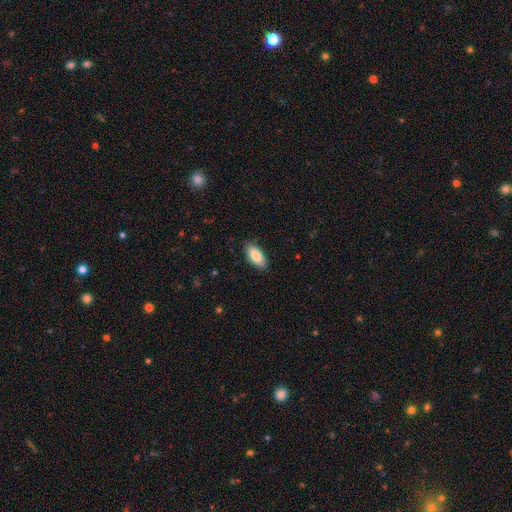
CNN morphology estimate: The model was most divided on "merging": none: 86%, minor disturbance: 11%, major disturbance: 2%, merger: 1%. More confident: how rounded — in between (87%); smooth or featured — smooth (85%).